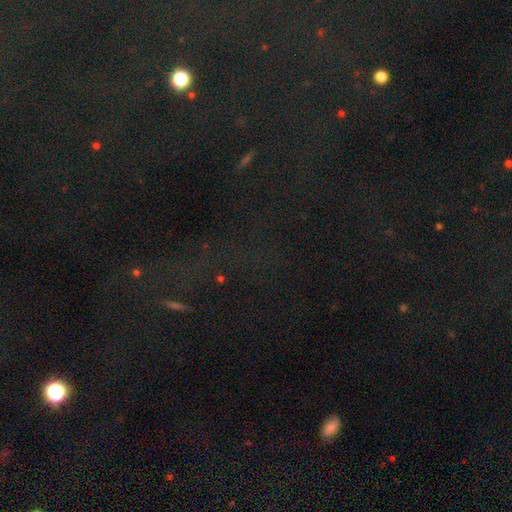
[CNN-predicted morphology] A star or artifact, not a galaxy (76%).